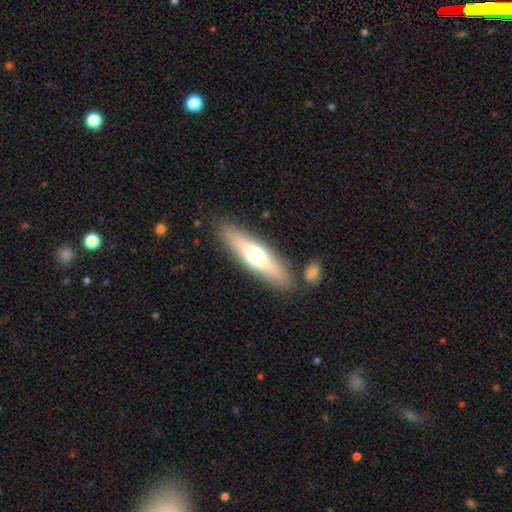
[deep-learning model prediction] Morphology: type=smooth (55%); roundness=cigar-shaped (64%); merging=none (84%).